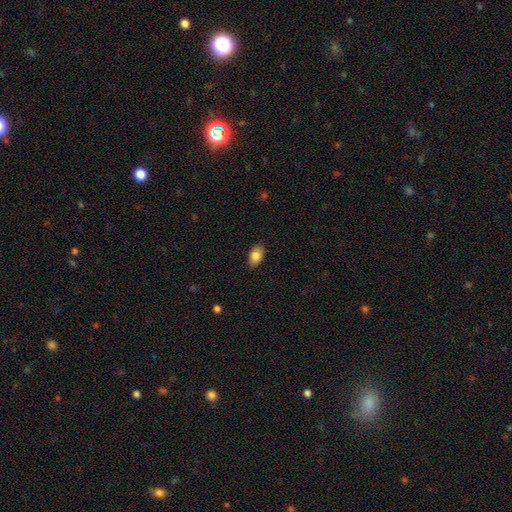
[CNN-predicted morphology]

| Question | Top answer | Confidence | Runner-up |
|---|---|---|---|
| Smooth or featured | smooth | 85% | star or artifact (8%) |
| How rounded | in between | 89% | round (9%) |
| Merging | none | 87% | minor disturbance (10%) |